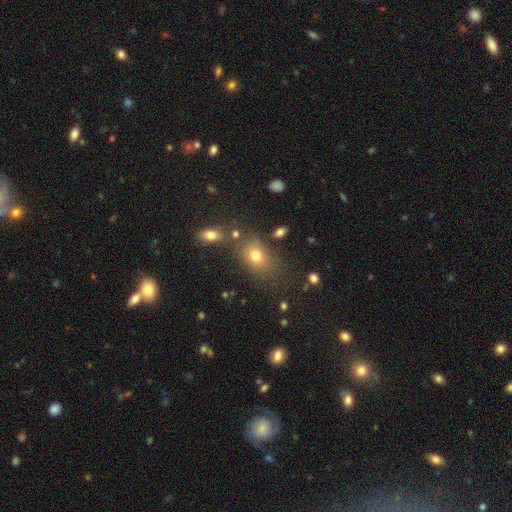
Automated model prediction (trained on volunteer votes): smooth_or_featured: smooth (p=0.72) [alt: star or artifact p=0.15]
how_rounded: in between (p=0.72) [alt: round p=0.26]
merging: none (p=0.67) [alt: minor disturbance p=0.16]